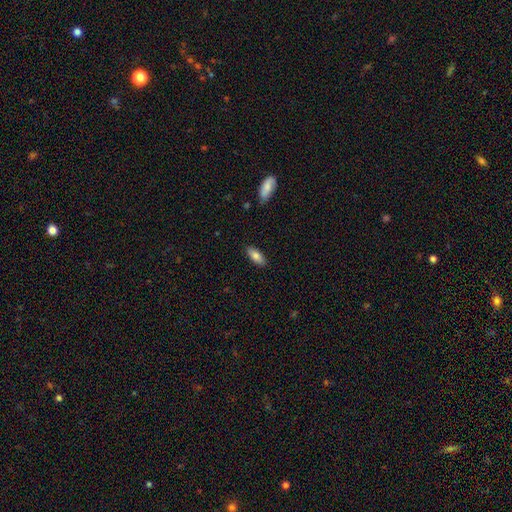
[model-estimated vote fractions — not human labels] A smooth galaxy with no disk features (81%) that is in between round and cigar-shaped (81%).

Vote fractions:
- Smooth or featured? smooth: 81% / featured or disk: 13% / star or artifact: 7%
- How rounded? in between: 81% / cigar-shaped: 17% / round: 2%
- Merging? none: 87% / minor disturbance: 9% / major disturbance: 2% / merger: 1%